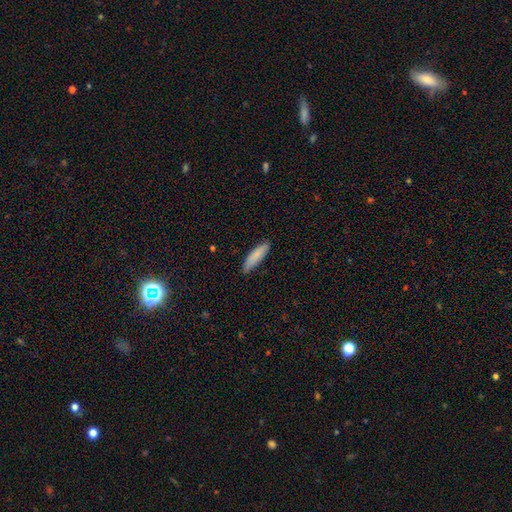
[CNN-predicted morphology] smooth 84%, featured or disk 10%, star or artifact 6%. Down the decision tree: how rounded — cigar-shaped (63%); merging — none (82%).